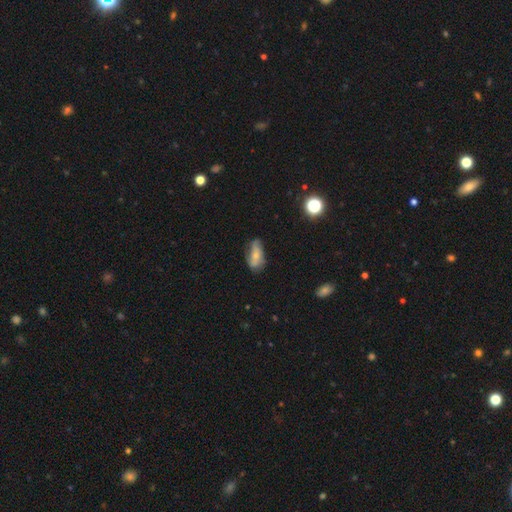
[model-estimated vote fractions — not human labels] smooth-or-featured: smooth: 56% | featured or disk: 34% | star or artifact: 9%
  how-rounded: in between: 84% | cigar-shaped: 11% | round: 4%
  merging: none: 52% | minor disturbance: 35% | major disturbance: 10% | merger: 2%